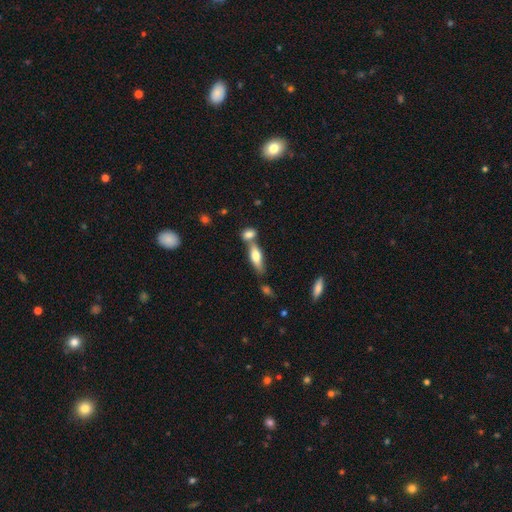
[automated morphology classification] Smooth or featured: smooth — 64% (featured or disk — 29%)
How rounded: in between — 57% (cigar-shaped — 40%)
Merging: none — 46% (merger — 39%)